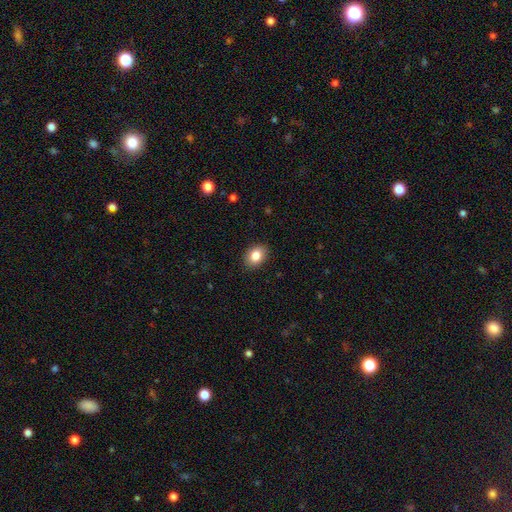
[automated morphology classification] Q: Smooth or featured?
A: smooth (84%); runner-up: star or artifact (9%)
Q: How rounded?
A: in between (61%); runner-up: round (38%)
Q: Merging?
A: none (89%); runner-up: minor disturbance (8%)